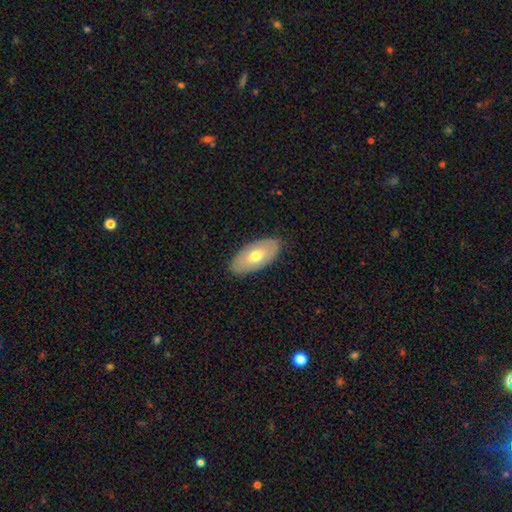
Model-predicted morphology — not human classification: Smooth or featured: smooth — 57% (featured or disk — 38%)
How rounded: in between — 92% (cigar-shaped — 5%)
Merging: none — 85% (minor disturbance — 11%)